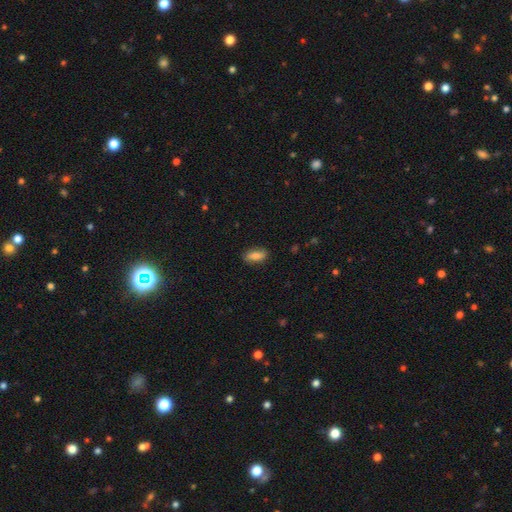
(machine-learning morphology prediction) Smooth or featured? Predicted: smooth (p=0.77). How rounded? Predicted: in between (p=0.83). Merging? Predicted: none (p=0.86).